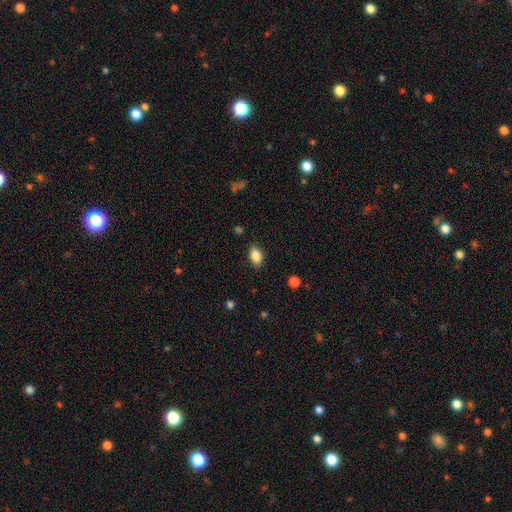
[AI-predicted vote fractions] Smooth or featured: smooth — 86% (star or artifact — 8%)
How rounded: in between — 89% (round — 9%)
Merging: none — 86% (minor disturbance — 10%)